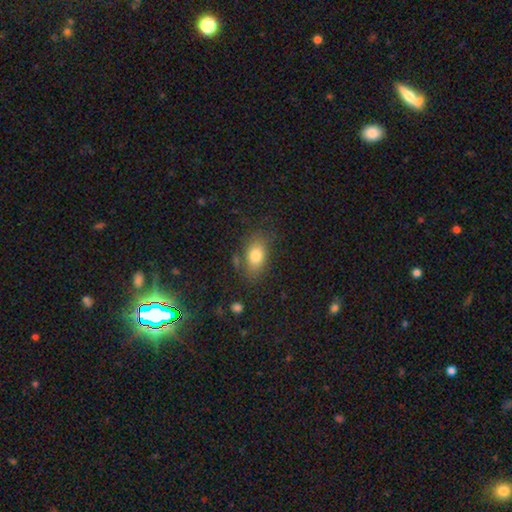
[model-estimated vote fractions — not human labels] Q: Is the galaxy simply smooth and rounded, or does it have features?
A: smooth — 80%.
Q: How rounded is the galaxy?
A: in between — 85%.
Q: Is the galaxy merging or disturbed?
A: none — 73%.